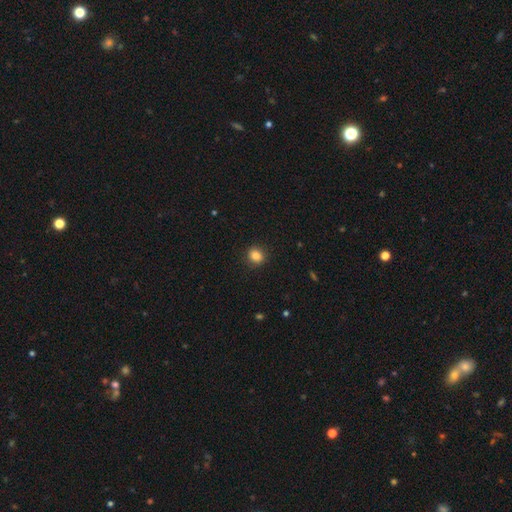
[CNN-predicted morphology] Overall: smooth (85%). How rounded: round (75%). Merging: none (90%).